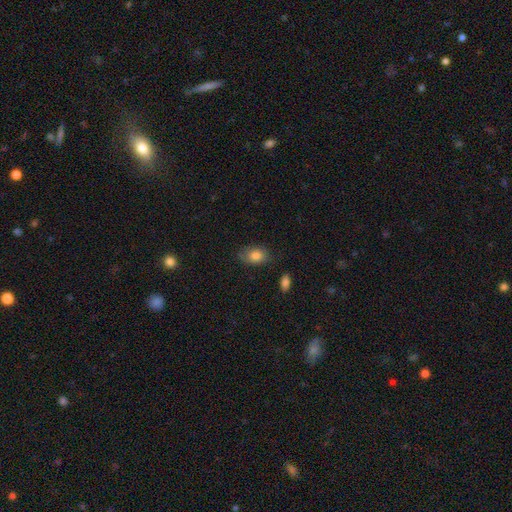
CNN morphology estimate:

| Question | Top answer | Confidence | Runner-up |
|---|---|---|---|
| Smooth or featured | smooth | 81% | featured or disk (10%) |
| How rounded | in between | 80% | round (19%) |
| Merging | none | 69% | minor disturbance (23%) |